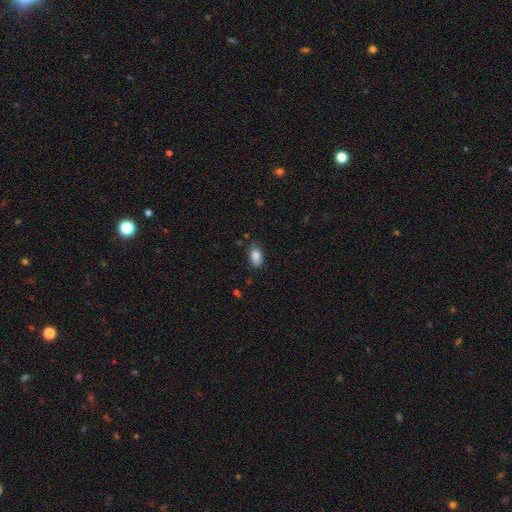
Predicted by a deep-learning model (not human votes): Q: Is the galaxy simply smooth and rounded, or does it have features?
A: smooth — 86%.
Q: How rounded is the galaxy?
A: in between — 91%.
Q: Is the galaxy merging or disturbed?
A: none — 78%.